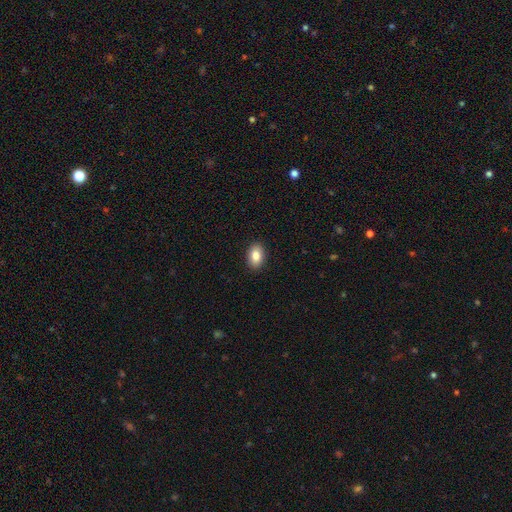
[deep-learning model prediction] A smooth galaxy with no disk features (84%) that is in between round and cigar-shaped (86%). Merging: none (91%).